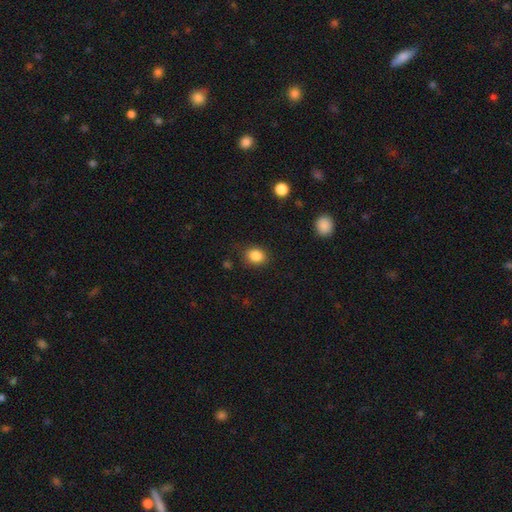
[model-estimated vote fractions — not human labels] smooth 86%, star or artifact 10%, featured or disk 4%. Down the decision tree: how rounded — round (57%); merging — none (84%).